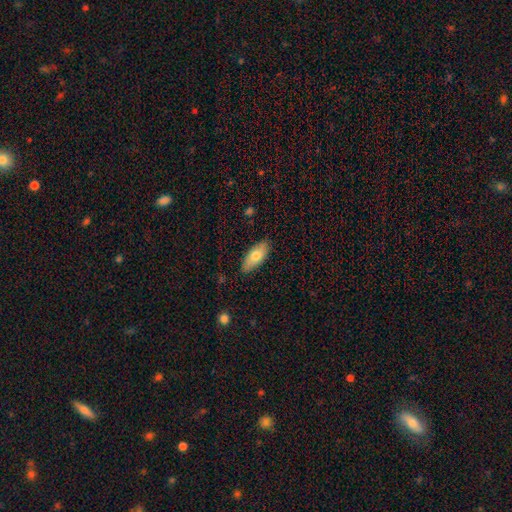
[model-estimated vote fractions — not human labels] smooth-or-featured: smooth: 76% | featured or disk: 18% | star or artifact: 6%
  how-rounded: in between: 85% | cigar-shaped: 13% | round: 2%
  merging: none: 86% | minor disturbance: 11% | major disturbance: 2% | merger: 1%